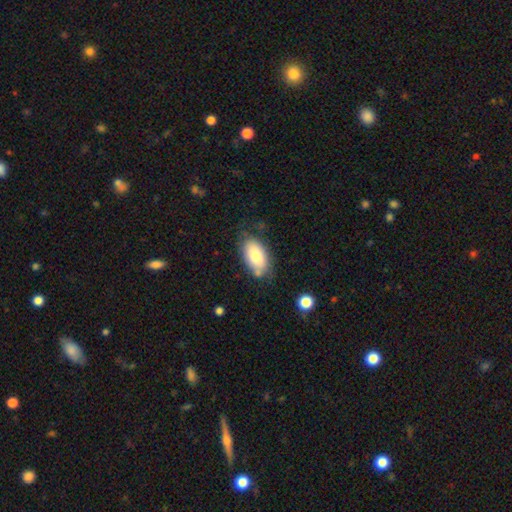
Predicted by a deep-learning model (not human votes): The model was most divided on "merging": none: 67%, minor disturbance: 22%, major disturbance: 6%, merger: 5%. More confident: how rounded — in between (94%); smooth or featured — smooth (80%).